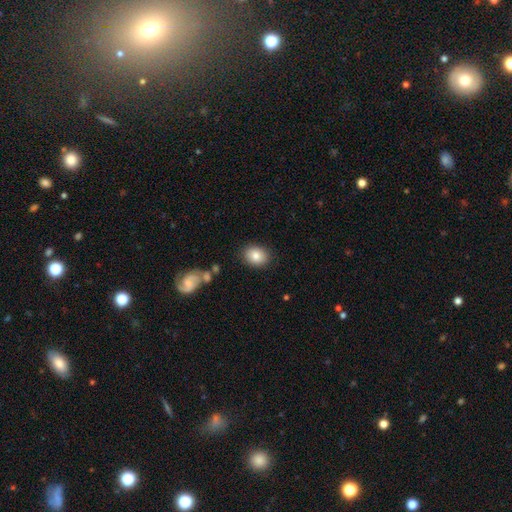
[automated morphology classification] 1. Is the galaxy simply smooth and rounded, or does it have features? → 82% smooth, 10% featured or disk, 8% star or artifact.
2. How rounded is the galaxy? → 60% in between, 39% round, 1% cigar-shaped.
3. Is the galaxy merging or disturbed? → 84% none, 11% minor disturbance, 3% major disturbance, 3% merger.